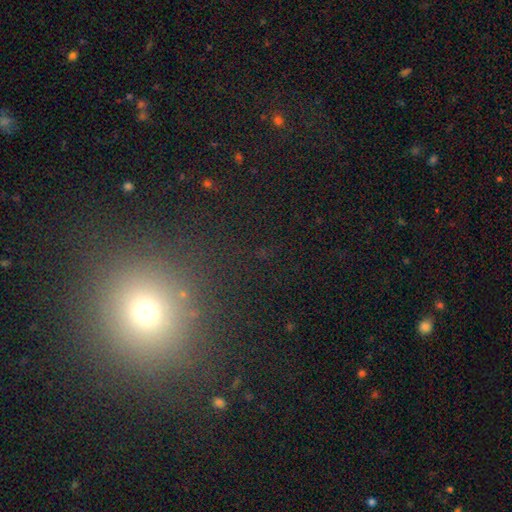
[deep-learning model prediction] Smooth or featured? smooth (51%)
How rounded? round (88%)
Merging? none (86%)